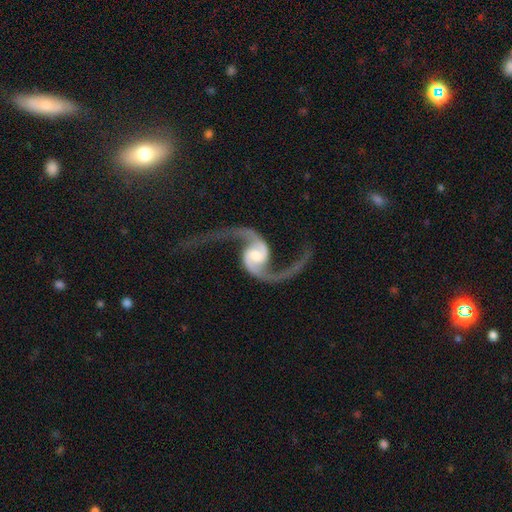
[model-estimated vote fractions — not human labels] The model was most divided on "bar": weak: 42%, no: 37%, strong: 21%. More confident: spiral arms — yes (98%); edge-on disk — no (98%); spiral arm count — 2 (95%); smooth or featured — featured or disk (94%); spiral winding — loose (87%); merging — none (66%); bulge size — moderate (58%).